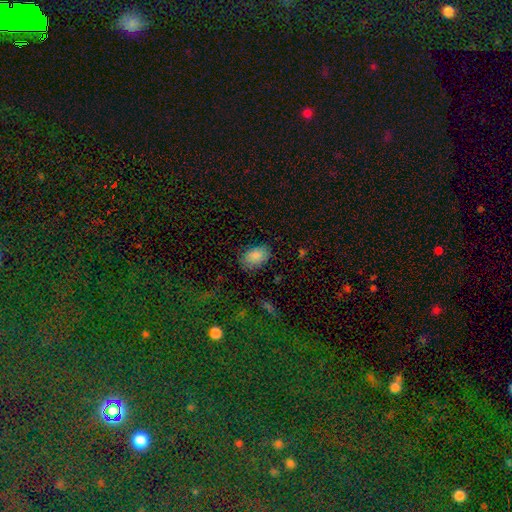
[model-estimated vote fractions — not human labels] smooth_or_featured: smooth (p=0.85) [alt: star or artifact p=0.08]
how_rounded: in between (p=0.87) [alt: round p=0.11]
merging: none (p=0.81) [alt: minor disturbance p=0.15]